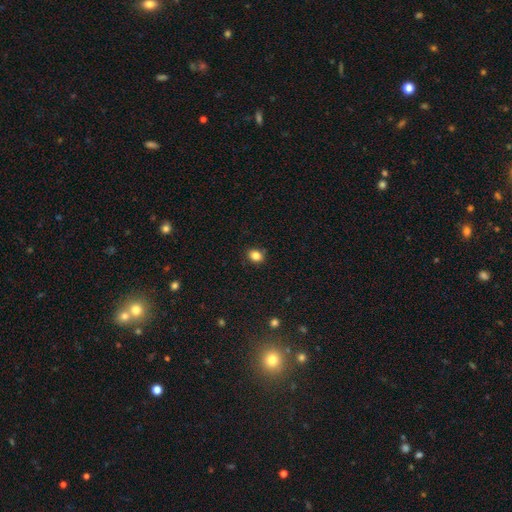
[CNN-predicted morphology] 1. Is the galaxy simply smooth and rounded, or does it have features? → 85% smooth, 11% star or artifact, 4% featured or disk.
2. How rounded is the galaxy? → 54% round, 45% in between, 1% cigar-shaped.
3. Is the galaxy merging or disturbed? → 86% none, 10% minor disturbance, 2% major disturbance, 1% merger.